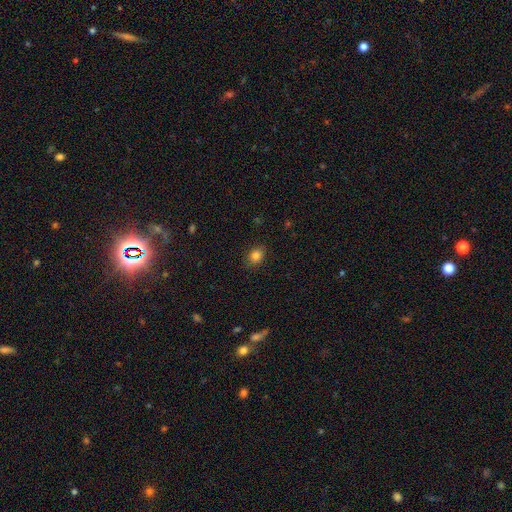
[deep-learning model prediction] This appears to be a smooth galaxy with no disk features (83%) that is in between round and cigar-shaped (58%). Merging: none (86%).